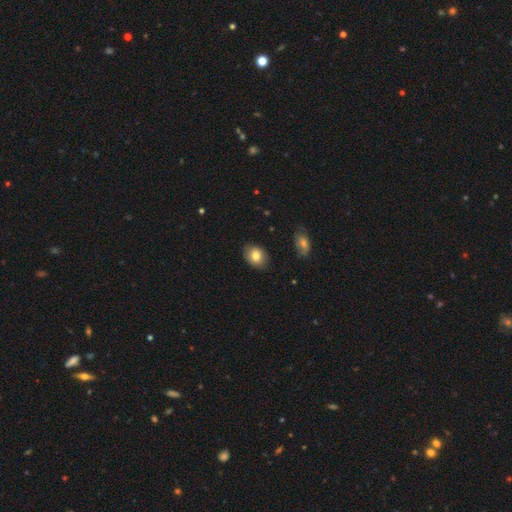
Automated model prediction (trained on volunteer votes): This appears to be a smooth galaxy with no disk features (81%) that is in between round and cigar-shaped (65%). Merging: none (84%).